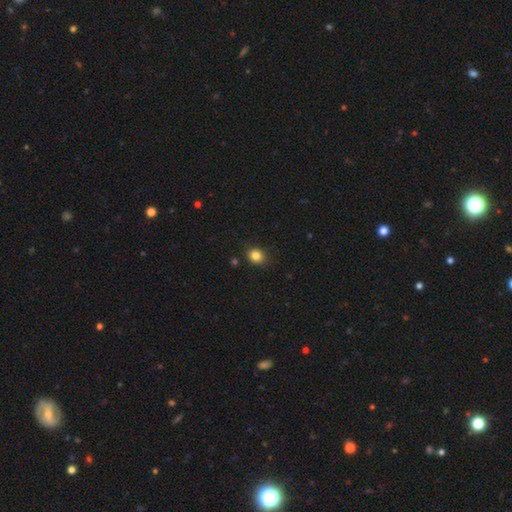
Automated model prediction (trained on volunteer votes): Q: Smooth or featured?
A: smooth (84%); runner-up: star or artifact (11%)
Q: How rounded?
A: round (63%); runner-up: in between (36%)
Q: Merging?
A: none (88%); runner-up: minor disturbance (8%)